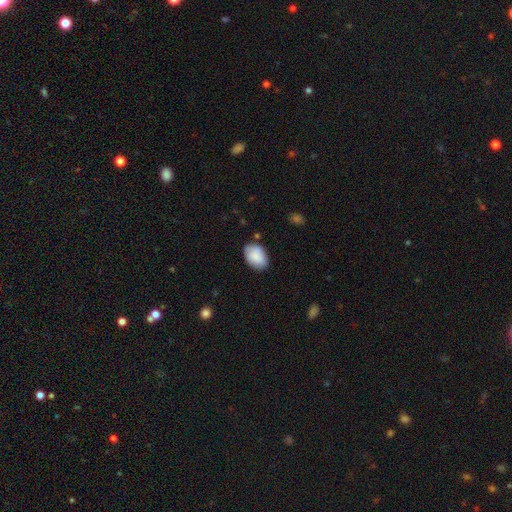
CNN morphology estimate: Smooth or featured? Predicted: smooth (p=0.85). How rounded? Predicted: in between (p=0.87). Merging? Predicted: none (p=0.75).